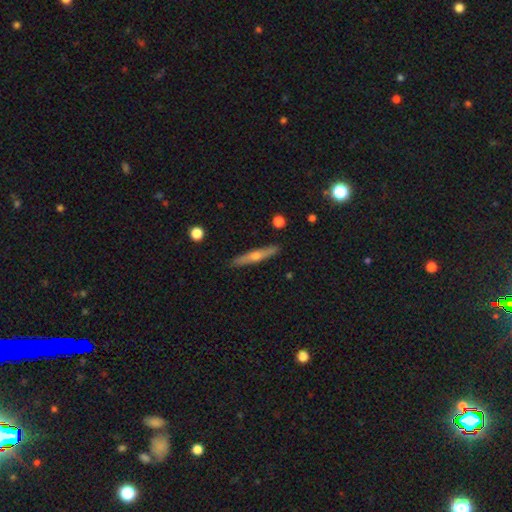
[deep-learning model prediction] Morphology: type=featured or disk (53%); edge-on=yes (95%); edge-on bulge=rounded (85%); merging=none (90%).